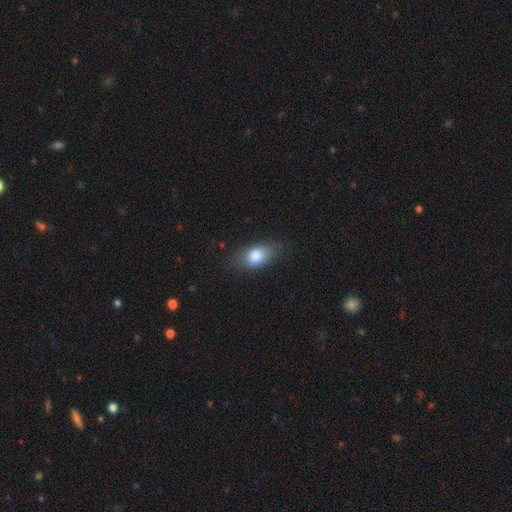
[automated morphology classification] Overall: smooth (83%). How rounded: in between (79%). Merging: none (75%).